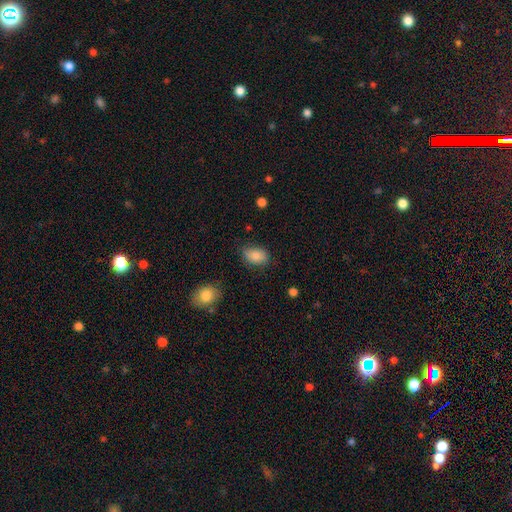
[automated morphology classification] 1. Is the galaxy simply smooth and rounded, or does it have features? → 85% smooth, 8% star or artifact, 8% featured or disk.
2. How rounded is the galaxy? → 86% in between, 12% round, 1% cigar-shaped.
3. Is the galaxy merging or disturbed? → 78% none, 17% minor disturbance, 3% major disturbance, 2% merger.